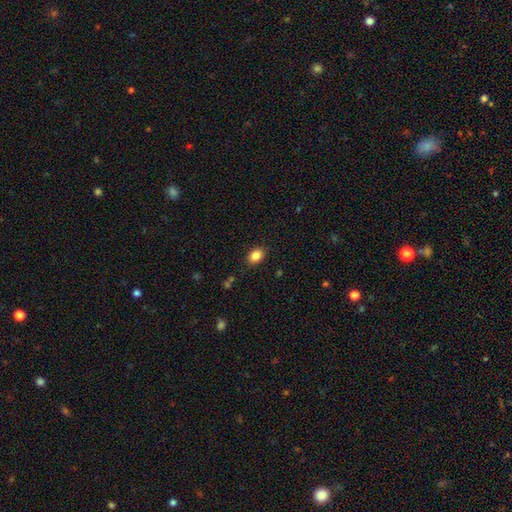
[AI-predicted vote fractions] A smooth galaxy with no disk features (86%) that is in between round and cigar-shaped (69%). Merging: none (86%).